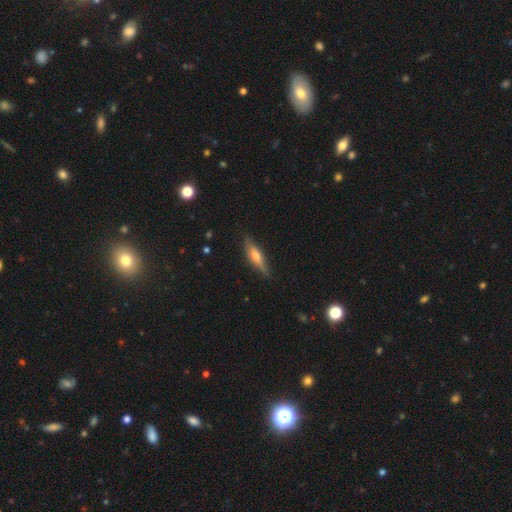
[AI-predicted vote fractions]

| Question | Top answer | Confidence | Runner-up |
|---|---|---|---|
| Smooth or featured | smooth | 47% | featured or disk (46%) |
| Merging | none | 81% | minor disturbance (15%) |